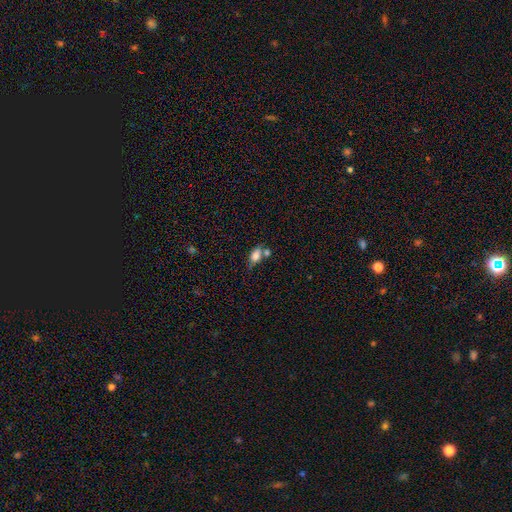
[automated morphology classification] A smooth galaxy with no disk features (75%) that is in between round and cigar-shaped (81%).

Vote fractions:
- Smooth or featured? smooth: 75% / featured or disk: 15% / star or artifact: 10%
- How rounded? in between: 81% / round: 11% / cigar-shaped: 7%
- Merging? none: 46% / merger: 29% / minor disturbance: 18% / major disturbance: 7%